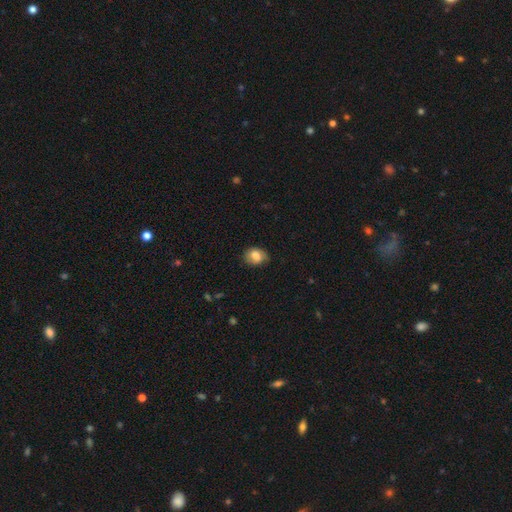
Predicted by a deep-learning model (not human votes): smooth 76%, featured or disk 15%, star or artifact 8%. Down the decision tree: how rounded — in between (62%); merging — none (70%).